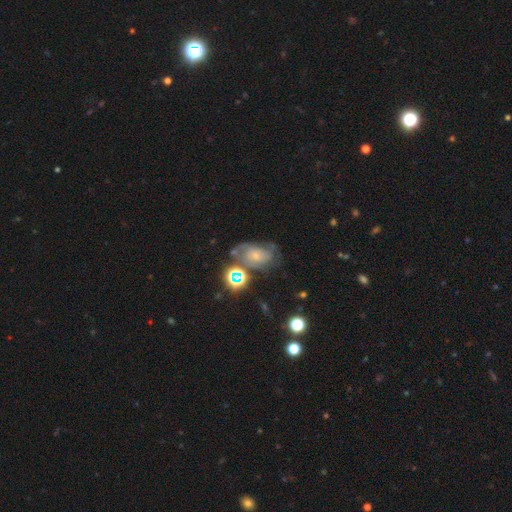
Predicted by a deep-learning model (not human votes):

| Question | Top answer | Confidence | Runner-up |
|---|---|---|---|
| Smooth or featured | featured or disk | 52% | smooth (30%) |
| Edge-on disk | no | 96% | yes (4%) |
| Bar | no | 74% | weak (21%) |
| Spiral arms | yes | 78% | no (22%) |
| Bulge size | small | 66% | moderate (21%) |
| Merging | none | 42% | minor disturbance (25%) |